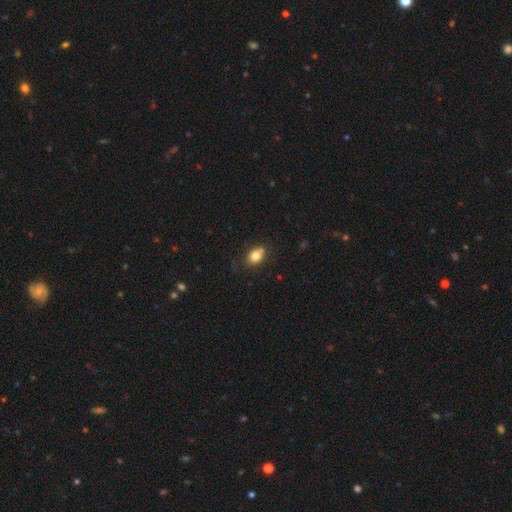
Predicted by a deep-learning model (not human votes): Smooth or featured? Predicted: smooth (p=0.81). How rounded? Predicted: in between (p=0.71). Merging? Predicted: none (p=0.68).